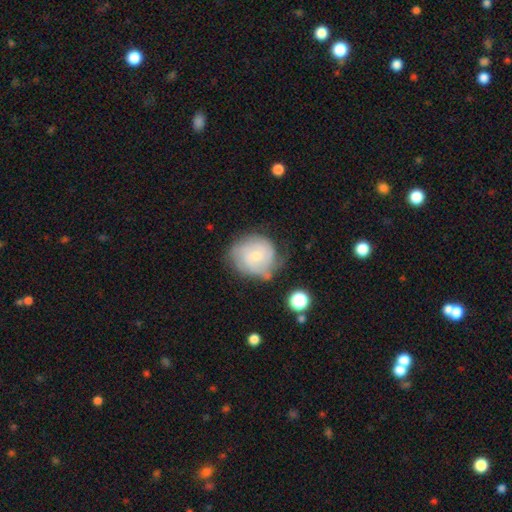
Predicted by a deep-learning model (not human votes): This is possibly a featured or disk galaxy (59%). It is clearly not viewed edge-on (97%). Bar: likely no (73%). Spiral arm pattern: clearly yes (84%). Central bulge: likely small (63%). Merging: possibly none (58%).